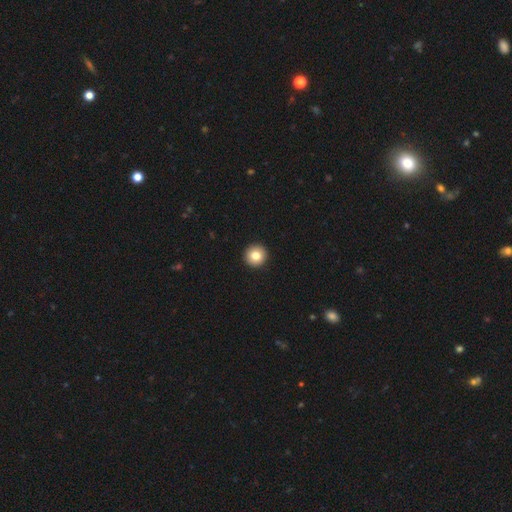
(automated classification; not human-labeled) Smooth or featured: smooth — 81% (star or artifact — 10%)
How rounded: round — 95% (in between — 4%)
Merging: none — 94% (minor disturbance — 4%)